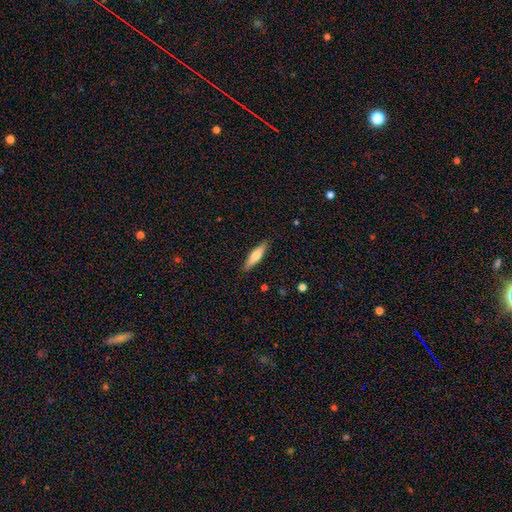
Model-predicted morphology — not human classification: This is likely a smooth galaxy (63%). How rounded: likely cigar-shaped (77%). Merging: clearly none (88%).